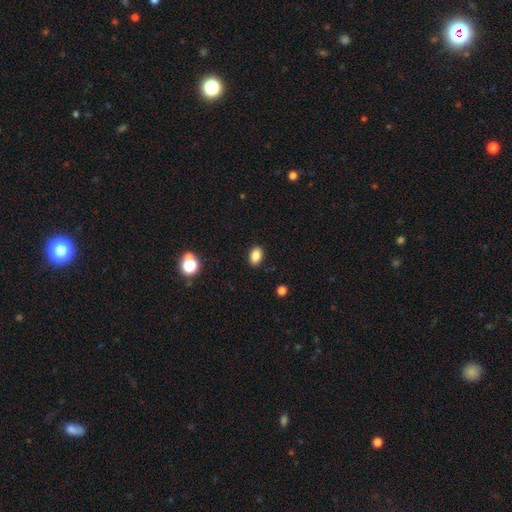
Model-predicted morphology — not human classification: Q: Smooth or featured?
A: smooth (85%); runner-up: star or artifact (10%)
Q: How rounded?
A: in between (84%); runner-up: round (15%)
Q: Merging?
A: none (89%); runner-up: minor disturbance (7%)